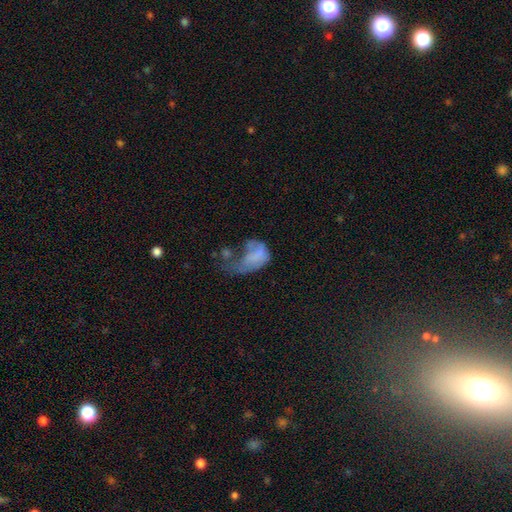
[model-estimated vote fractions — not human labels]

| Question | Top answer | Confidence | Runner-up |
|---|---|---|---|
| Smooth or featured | smooth | 54% | featured or disk (34%) |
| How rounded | in between | 84% | round (13%) |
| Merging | major disturbance | 62% | minor disturbance (14%) |